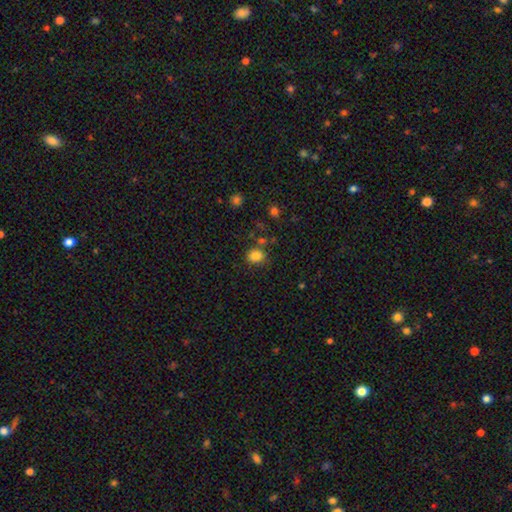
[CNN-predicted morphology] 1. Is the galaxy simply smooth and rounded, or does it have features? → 83% smooth, 12% star or artifact, 5% featured or disk.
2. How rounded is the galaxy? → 58% round, 41% in between, 1% cigar-shaped.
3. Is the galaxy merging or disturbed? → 72% none, 15% minor disturbance, 8% merger, 5% major disturbance.